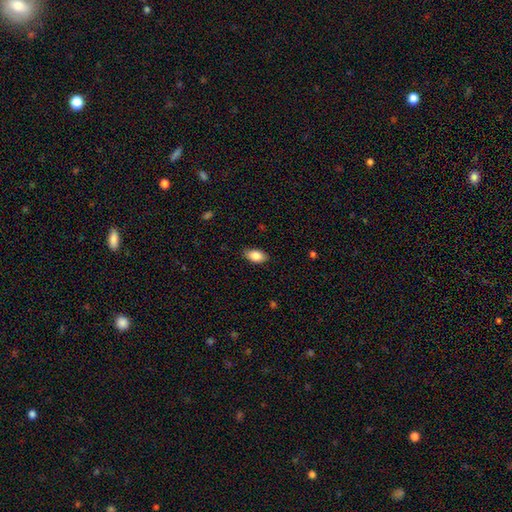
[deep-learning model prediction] Q: Smooth or featured?
A: smooth (86%); runner-up: star or artifact (7%)
Q: How rounded?
A: in between (92%); runner-up: round (5%)
Q: Merging?
A: none (85%); runner-up: minor disturbance (12%)